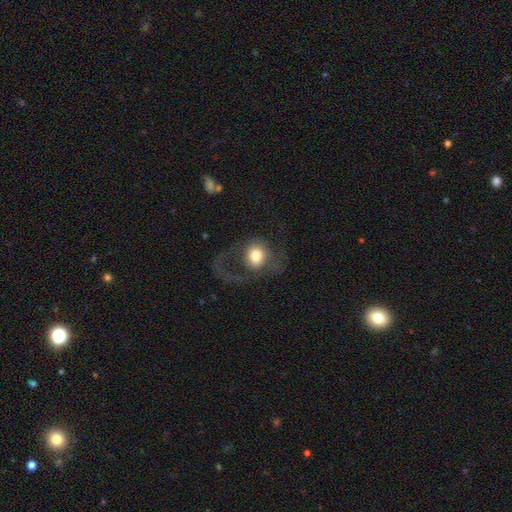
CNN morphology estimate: This is possibly a smooth galaxy (60%). How rounded: likely round (72%). Merging: possibly major disturbance (54%).